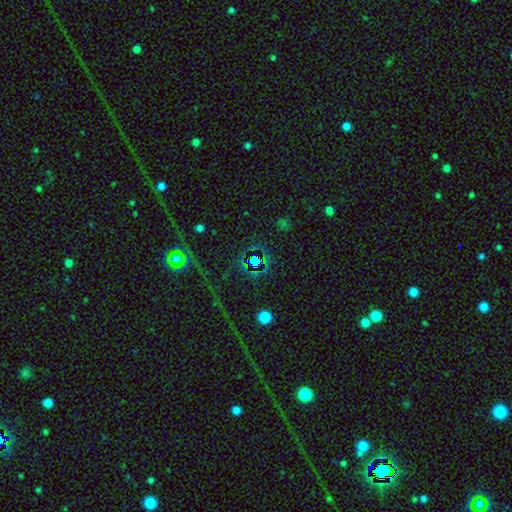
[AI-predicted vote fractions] Q: Smooth or featured?
A: star or artifact (74%); runner-up: smooth (17%)